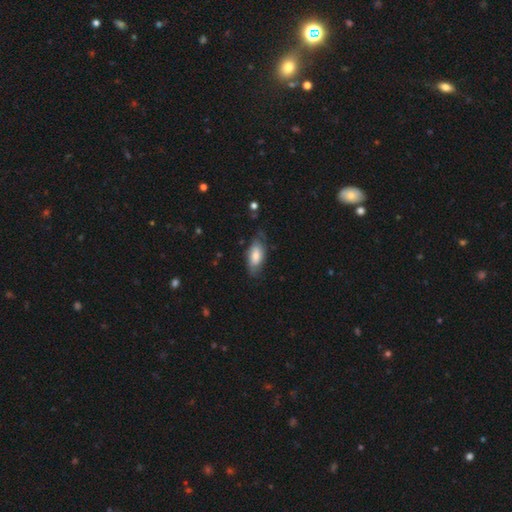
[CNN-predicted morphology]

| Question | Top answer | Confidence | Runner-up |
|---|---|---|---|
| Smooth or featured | smooth | 72% | featured or disk (22%) |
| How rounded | in between | 86% | cigar-shaped (12%) |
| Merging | none | 63% | minor disturbance (27%) |